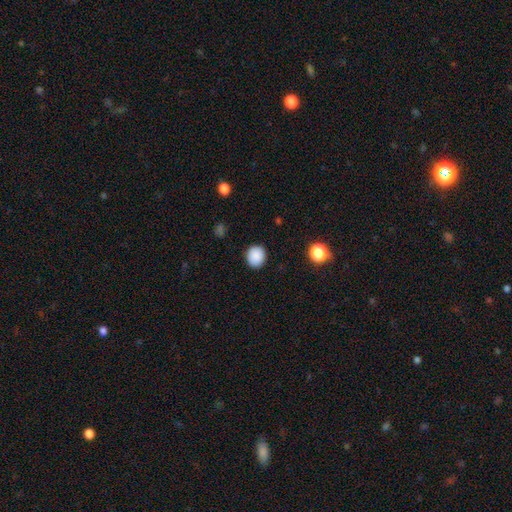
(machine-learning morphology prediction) Smooth or featured?
  - smooth: 88% *
  - star or artifact: 9%
  - featured or disk: 3%
How rounded?
  - round: 76% *
  - in between: 23%
  - cigar-shaped: 1%
Merging?
  - none: 89% *
  - minor disturbance: 8%
  - major disturbance: 2%
  - merger: 1%